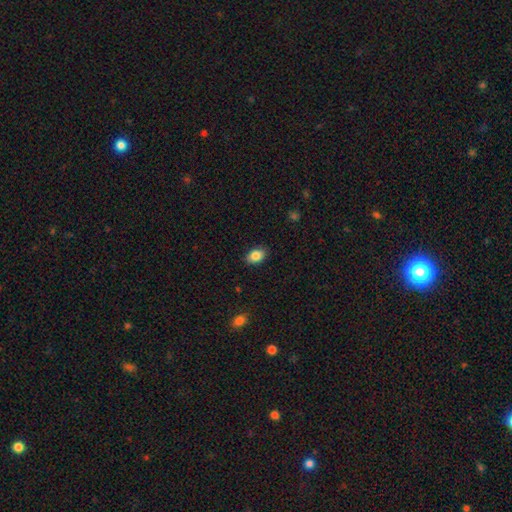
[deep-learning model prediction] Morphology: type=smooth (86%); roundness=in between (80%); merging=none (87%).